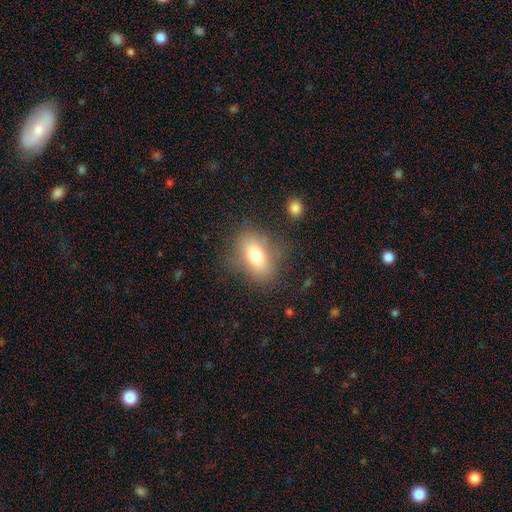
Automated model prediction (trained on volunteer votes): Smooth or featured?
  - smooth: 75% *
  - featured or disk: 16%
  - star or artifact: 9%
How rounded?
  - in between: 85% *
  - round: 10%
  - cigar-shaped: 5%
Merging?
  - none: 73% *
  - minor disturbance: 17%
  - major disturbance: 7%
  - merger: 3%